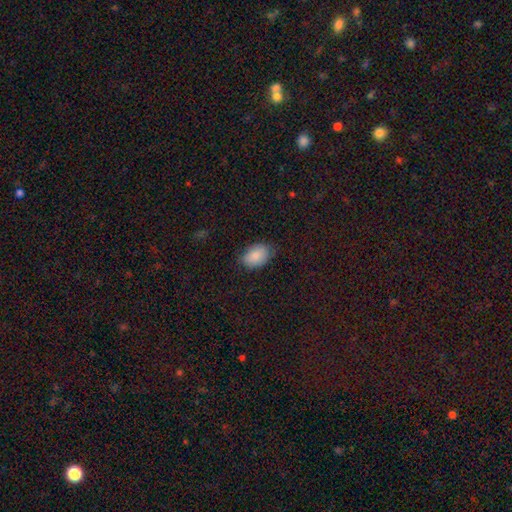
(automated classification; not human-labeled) smooth 86%, star or artifact 7%, featured or disk 6%. Down the decision tree: how rounded — in between (88%); merging — none (76%).